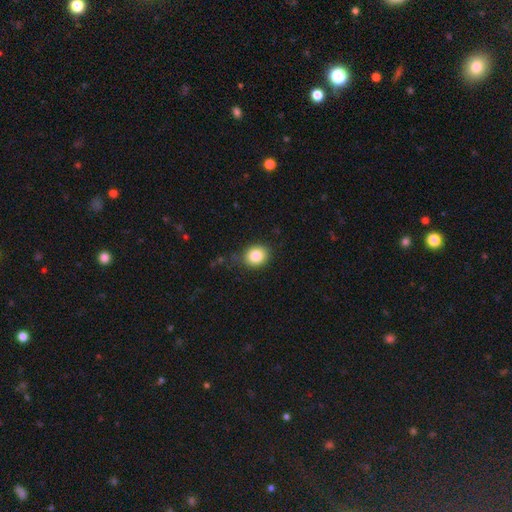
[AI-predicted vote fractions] A smooth galaxy with no disk features (85%) that is round (68%). Merging: none (83%).